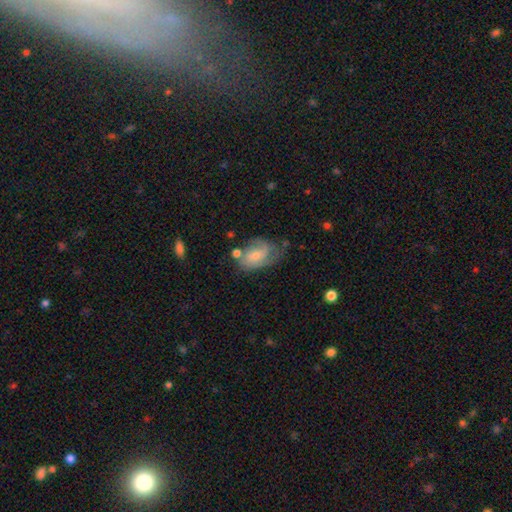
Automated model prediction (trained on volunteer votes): featured or disk 49%, smooth 43%, star or artifact 8%. Down the decision tree: merging — none (43%).